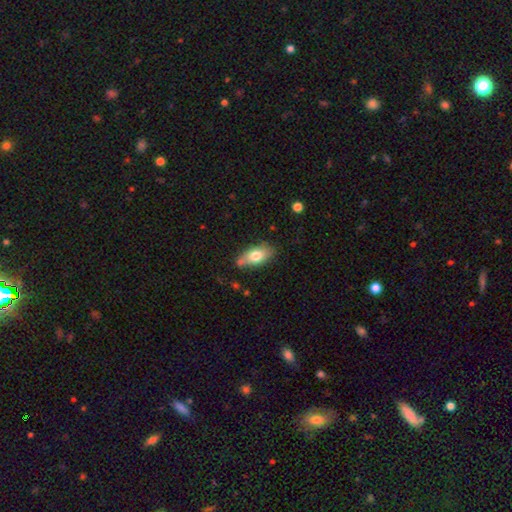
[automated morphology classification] smooth-or-featured: smooth: 72% | featured or disk: 21% | star or artifact: 7%
  how-rounded: in between: 87% | cigar-shaped: 8% | round: 5%
  merging: none: 69% | minor disturbance: 21% | merger: 6% | major disturbance: 4%